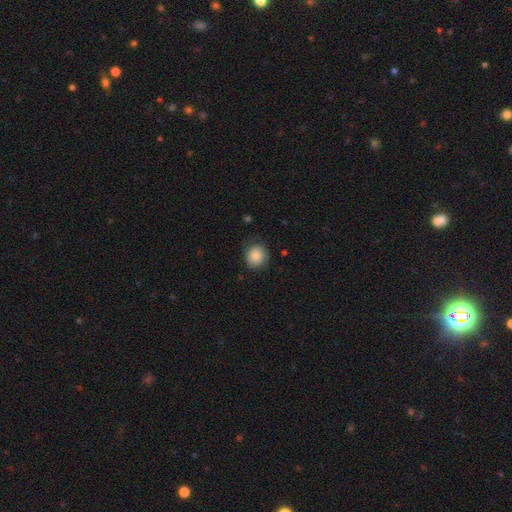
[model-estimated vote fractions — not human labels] This appears to be a smooth galaxy with no disk features (80%) that is round (80%). Merging: none (72%).